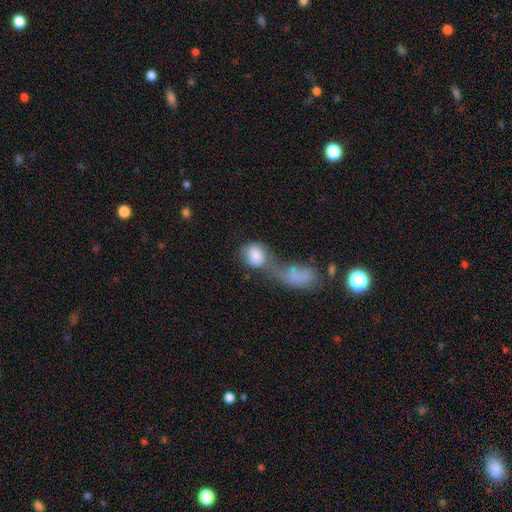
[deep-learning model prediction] A smooth galaxy with no disk features (82%) that is round (58%).

Vote fractions:
- Smooth or featured? smooth: 82% / featured or disk: 11% / star or artifact: 7%
- How rounded? round: 58% / in between: 40% / cigar-shaped: 2%
- Merging? merger: 57% / none: 19% / major disturbance: 14% / minor disturbance: 10%